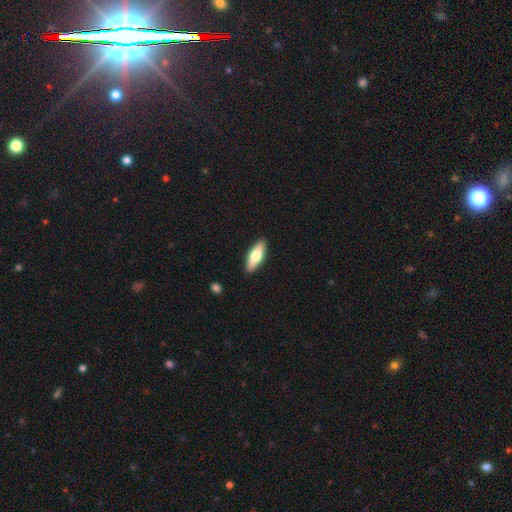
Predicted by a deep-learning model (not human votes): The model was most divided on "how rounded": in between: 56%, cigar-shaped: 42%, round: 2%. More confident: merging — none (90%); smooth or featured — smooth (63%).